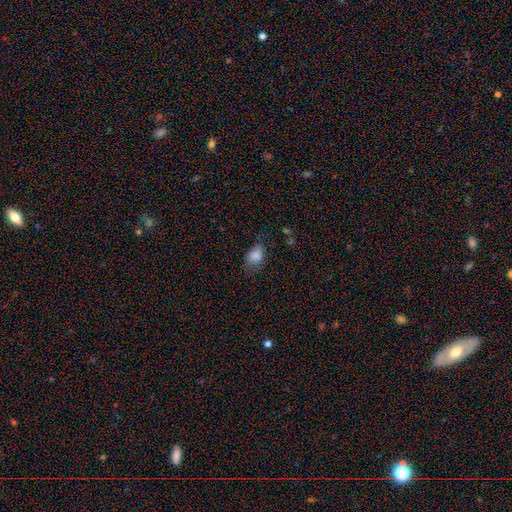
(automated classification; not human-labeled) This is clearly a smooth galaxy (81%). How rounded: likely in between (80%). Merging: possibly none (54%).